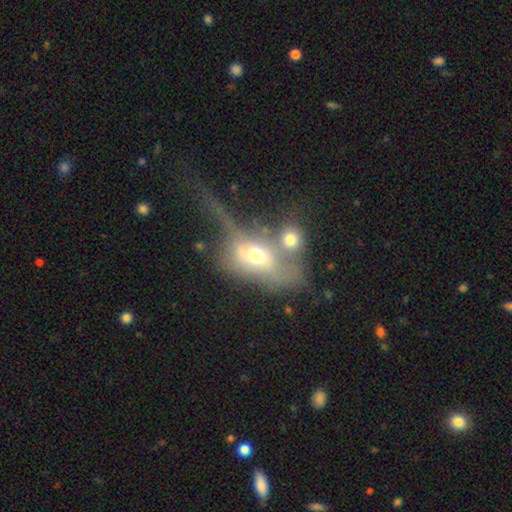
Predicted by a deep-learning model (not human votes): A smooth galaxy with no disk features (48%). Merging: merger (51%).